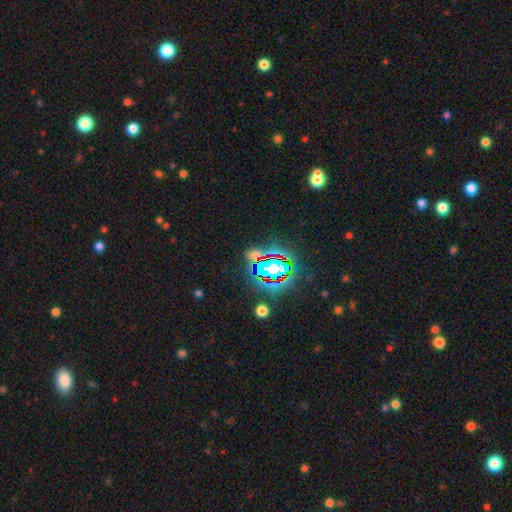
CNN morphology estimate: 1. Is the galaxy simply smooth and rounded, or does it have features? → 58% star or artifact, 29% smooth, 12% featured or disk.